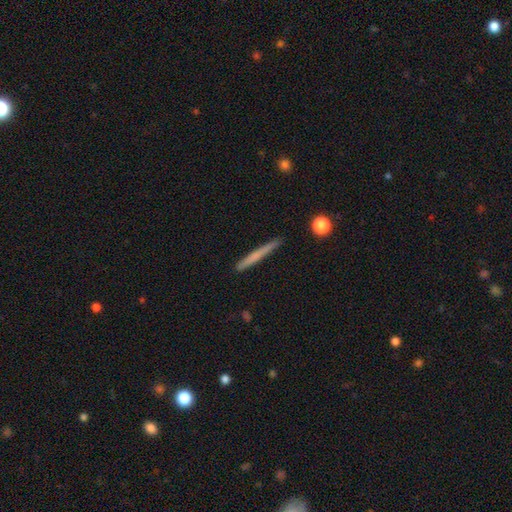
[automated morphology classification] This is possibly a smooth galaxy (59%). How rounded: clearly cigar-shaped (97%). Merging: clearly none (89%).